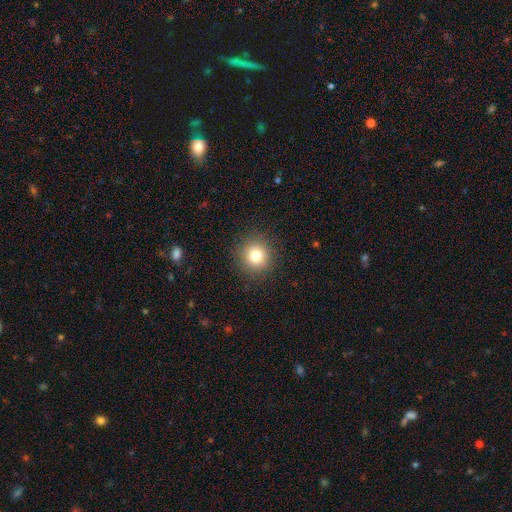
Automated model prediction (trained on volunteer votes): This appears to be a smooth galaxy with no disk features (80%) that is round (93%). Merging: none (90%).